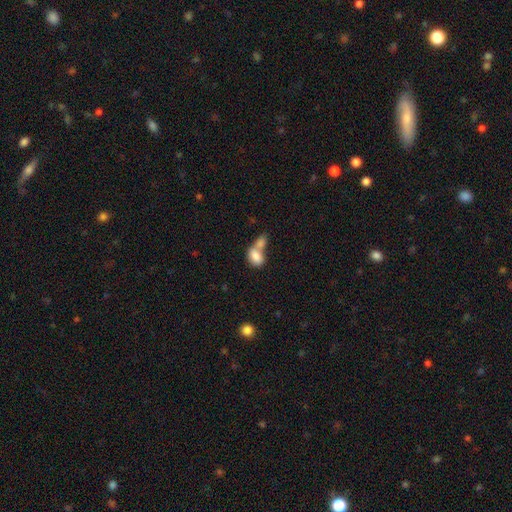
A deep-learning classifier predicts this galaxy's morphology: smooth 80%, featured or disk 12%, star or artifact 8%. Down the decision tree: how rounded — in between (81%); merging — merger (68%).